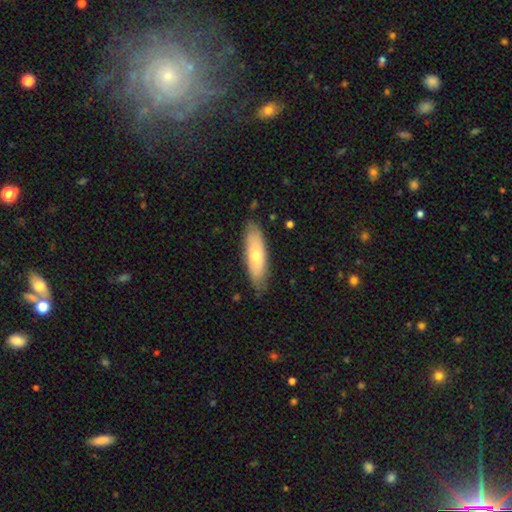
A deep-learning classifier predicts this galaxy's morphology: Smooth or featured? Predicted: smooth (p=0.59). How rounded? Predicted: cigar-shaped (p=0.49, tied with in between). Merging? Predicted: none (p=0.82).